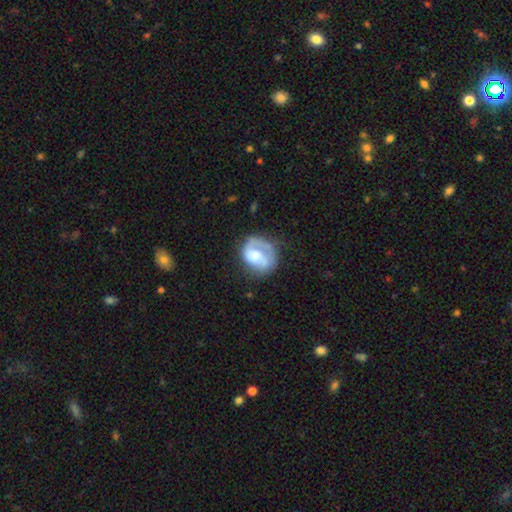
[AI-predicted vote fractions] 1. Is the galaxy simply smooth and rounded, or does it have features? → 54% featured or disk, 40% smooth, 7% star or artifact.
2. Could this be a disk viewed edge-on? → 98% no, 2% yes.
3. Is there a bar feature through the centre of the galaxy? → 66% no, 27% weak, 7% strong.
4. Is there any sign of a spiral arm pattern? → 69% yes, 31% no.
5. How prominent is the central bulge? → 40% moderate, 32% small, 14% large, 12% none, 3% dominant.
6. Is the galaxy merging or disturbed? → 48% none, 26% minor disturbance, 23% major disturbance, 3% merger.